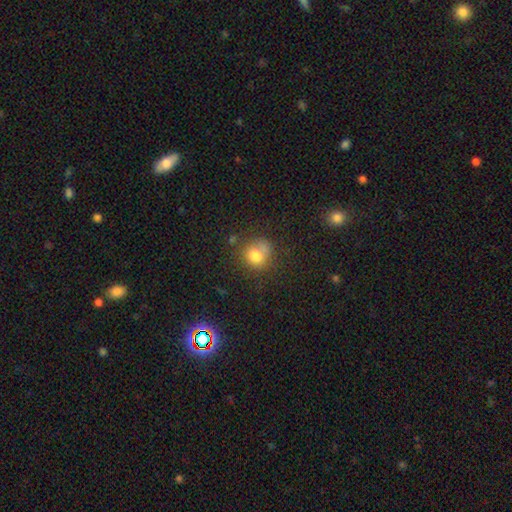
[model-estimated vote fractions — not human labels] A smooth galaxy with no disk features (76%) that is round (75%).

Vote fractions:
- Smooth or featured? smooth: 76% / featured or disk: 12% / star or artifact: 12%
- How rounded? round: 75% / in between: 25% / cigar-shaped: 1%
- Merging? none: 53% / minor disturbance: 22% / merger: 13% / major disturbance: 12%